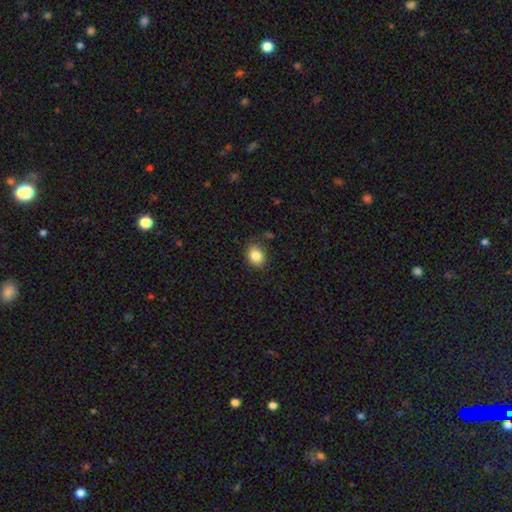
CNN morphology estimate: This is clearly a smooth galaxy (85%). How rounded: possibly round (57%). Merging: clearly none (83%).